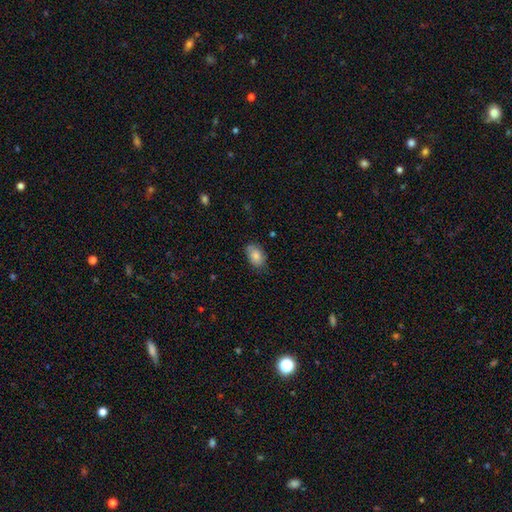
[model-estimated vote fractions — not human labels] A smooth galaxy with no disk features (83%) that is in between round and cigar-shaped (87%). Merging: none (78%).